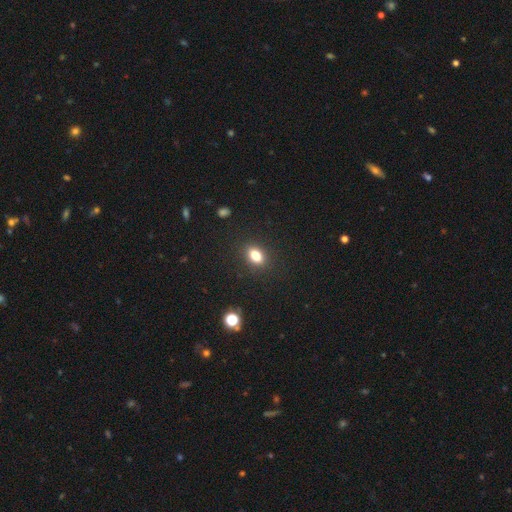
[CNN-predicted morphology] Smooth or featured? smooth (81%)
How rounded? in between (79%)
Merging? none (87%)